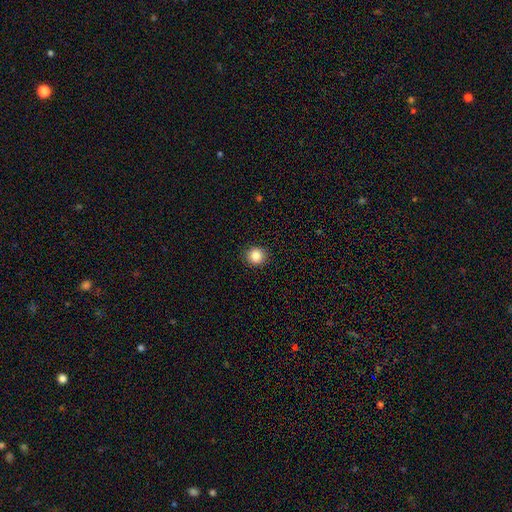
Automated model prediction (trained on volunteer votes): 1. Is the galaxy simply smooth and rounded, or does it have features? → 86% smooth, 10% star or artifact, 4% featured or disk.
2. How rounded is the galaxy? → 92% round, 7% in between, 1% cigar-shaped.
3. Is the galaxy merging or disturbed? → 92% none, 6% minor disturbance, 2% major disturbance, 1% merger.